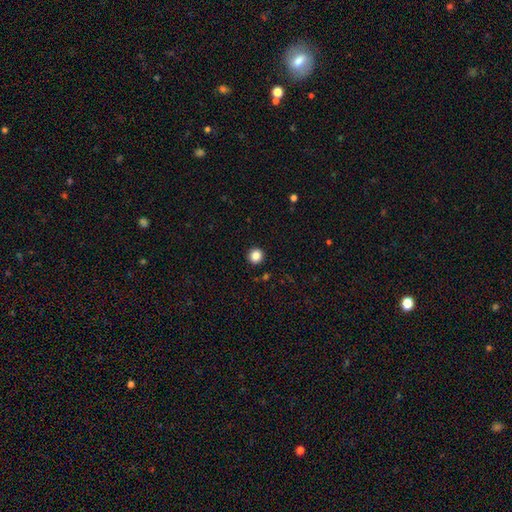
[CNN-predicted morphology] Overall: smooth (86%). How rounded: round (94%). Merging: none (93%).